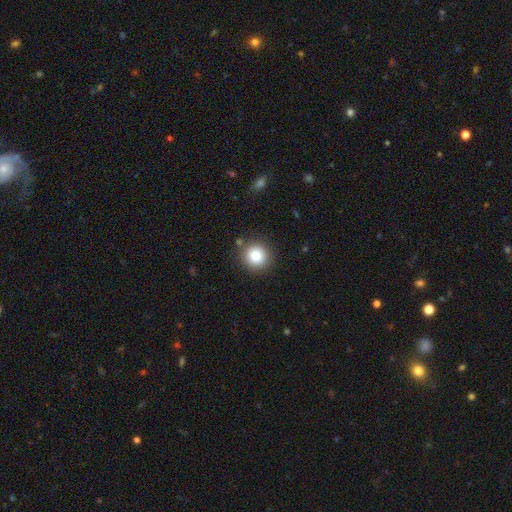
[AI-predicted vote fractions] A smooth galaxy with no disk features (84%) that is round (93%).

Vote fractions:
- Smooth or featured? smooth: 84% / star or artifact: 10% / featured or disk: 6%
- How rounded? round: 93% / in between: 6% / cigar-shaped: 1%
- Merging? none: 87% / minor disturbance: 8% / major disturbance: 3% / merger: 3%